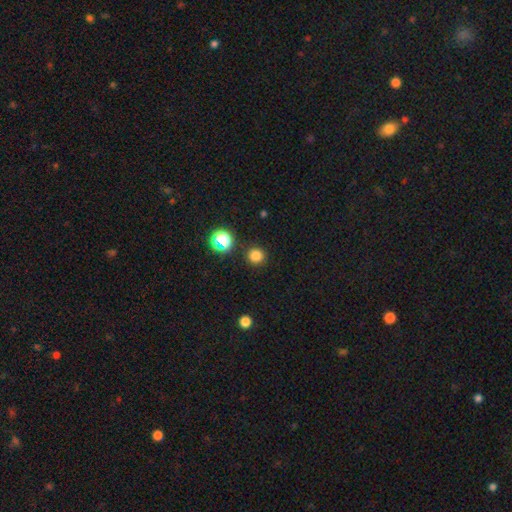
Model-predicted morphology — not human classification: This appears to be a smooth galaxy with no disk features (79%) that is round (94%). Merging: none (90%).